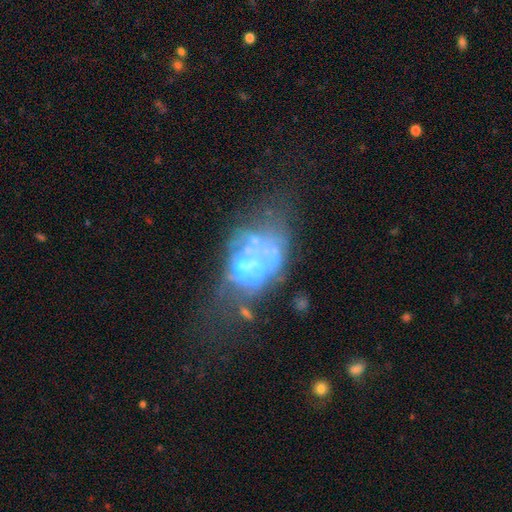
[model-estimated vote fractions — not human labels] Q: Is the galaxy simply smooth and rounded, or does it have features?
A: featured or disk — 62%.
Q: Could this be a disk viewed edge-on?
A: no — 96%.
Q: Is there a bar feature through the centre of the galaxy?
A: no — 87%.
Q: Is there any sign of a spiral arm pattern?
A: no — 89%.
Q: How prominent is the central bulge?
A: none — 42%.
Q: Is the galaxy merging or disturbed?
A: major disturbance — 37%.